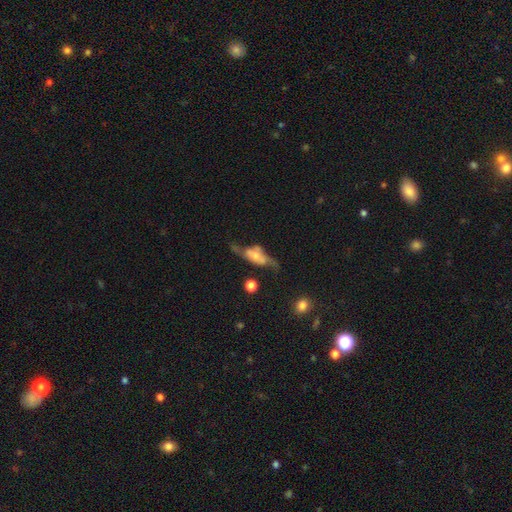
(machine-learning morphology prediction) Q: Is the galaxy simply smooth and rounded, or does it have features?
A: featured or disk — 66%.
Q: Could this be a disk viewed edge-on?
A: no — 66%.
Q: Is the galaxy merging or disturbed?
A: none — 43%.